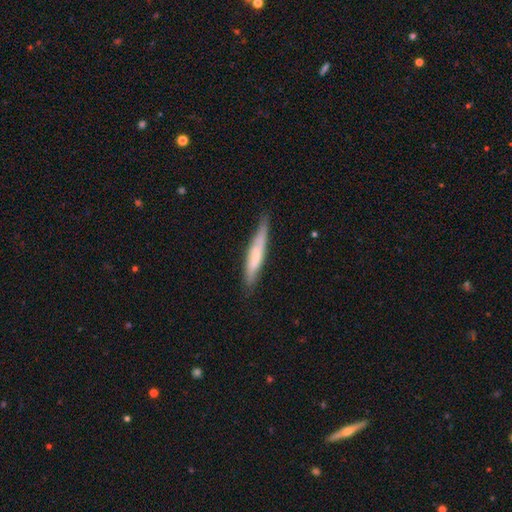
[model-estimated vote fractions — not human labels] Smooth or featured? Predicted: smooth (p=0.55). How rounded? Predicted: cigar-shaped (p=0.91). Merging? Predicted: none (p=0.80).